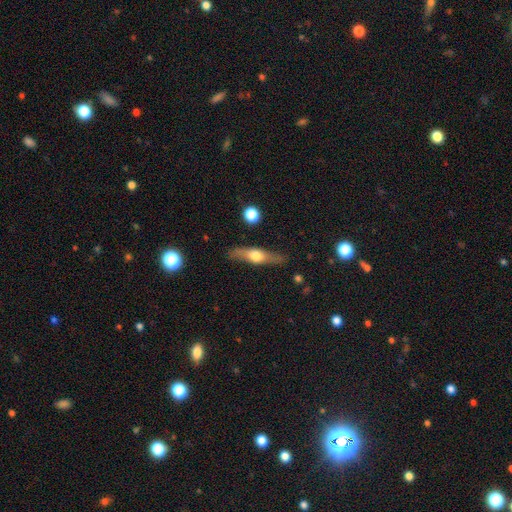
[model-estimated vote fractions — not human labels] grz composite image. It shows a featured or disk galaxy (55%) viewed edge-on (88%). Merging: none (82%).